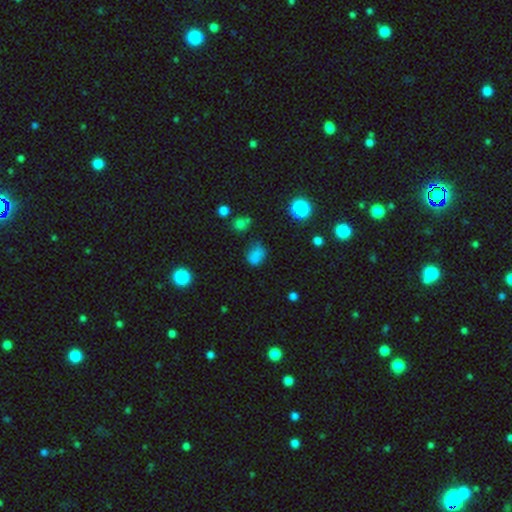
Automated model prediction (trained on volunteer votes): A smooth galaxy with no disk features (70%) that is in between round and cigar-shaped (62%).

Vote fractions:
- Smooth or featured? smooth: 70% / star or artifact: 21% / featured or disk: 9%
- How rounded? in between: 62% / round: 36% / cigar-shaped: 2%
- Merging? none: 56% / minor disturbance: 25% / major disturbance: 12% / merger: 7%